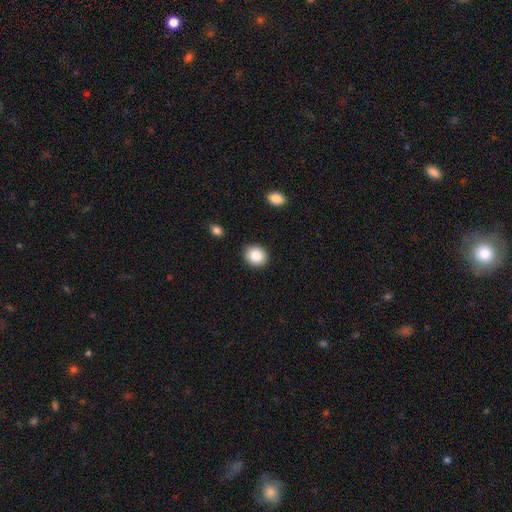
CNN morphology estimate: Smooth or featured? smooth (88%)
How rounded? round (73%)
Merging? none (90%)